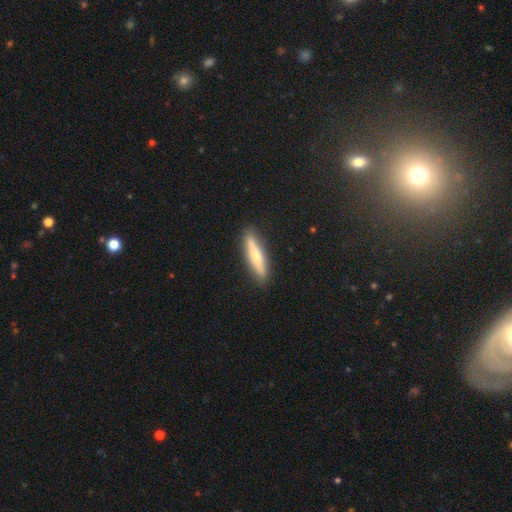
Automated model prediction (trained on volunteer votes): Smooth or featured: smooth — 59% (featured or disk — 35%)
How rounded: cigar-shaped — 84% (in between — 15%)
Merging: none — 89% (minor disturbance — 8%)